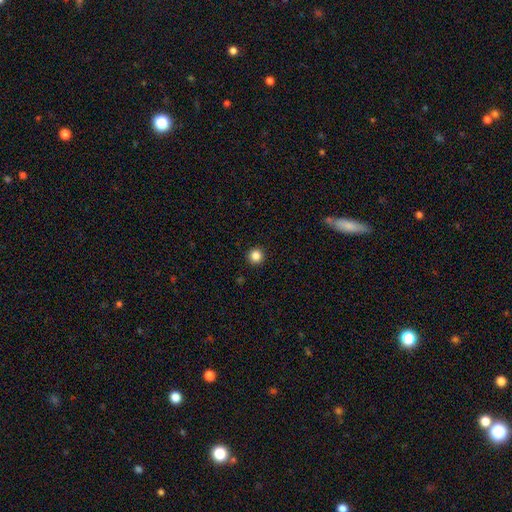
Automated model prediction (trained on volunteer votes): This appears to be a smooth galaxy with no disk features (85%) that is round (96%). Merging: none (93%).